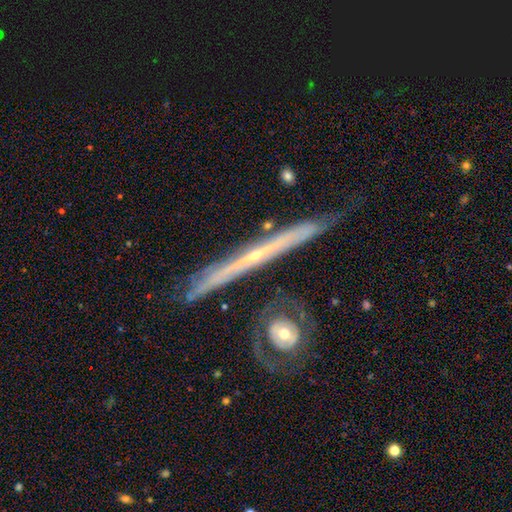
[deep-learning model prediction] smooth-or-featured: featured or disk: 76% | smooth: 16% | star or artifact: 8%
  disk-edge-on: yes: 90% | no: 10%
    edge-on-bulge: none: 57% | rounded: 40% | boxy: 3%
  merging: none: 77% | minor disturbance: 14% | merger: 5% | major disturbance: 3%